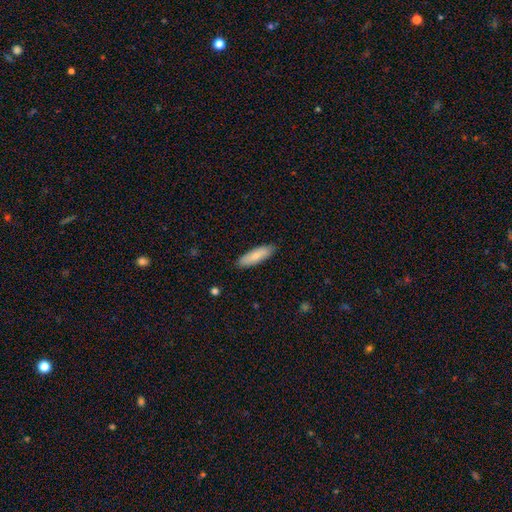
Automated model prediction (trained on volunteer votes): Overall: smooth (84%). How rounded: cigar-shaped (56%; in between 43%). Merging: none (88%).